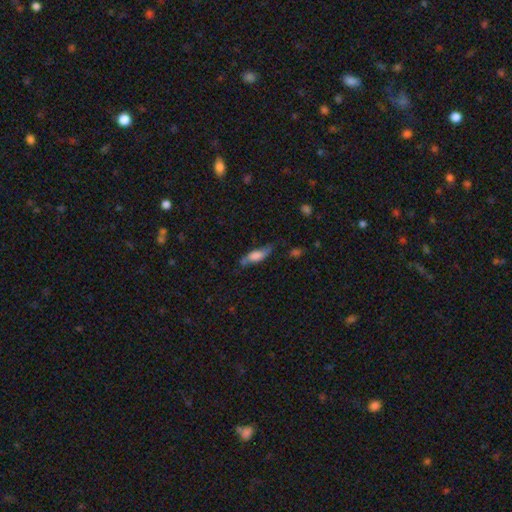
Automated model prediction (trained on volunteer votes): smooth_or_featured: smooth (p=0.62) [alt: featured or disk p=0.30]
how_rounded: in between (p=0.57) [alt: cigar-shaped p=0.40]
merging: none (p=0.56) [alt: minor disturbance p=0.30]